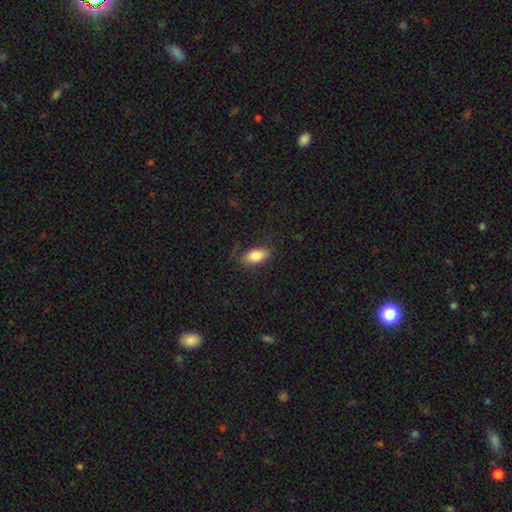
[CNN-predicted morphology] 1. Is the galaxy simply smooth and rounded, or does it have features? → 82% smooth, 10% featured or disk, 8% star or artifact.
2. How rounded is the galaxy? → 89% in between, 7% cigar-shaped, 5% round.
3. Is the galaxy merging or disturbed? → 75% none, 17% minor disturbance, 6% major disturbance, 1% merger.